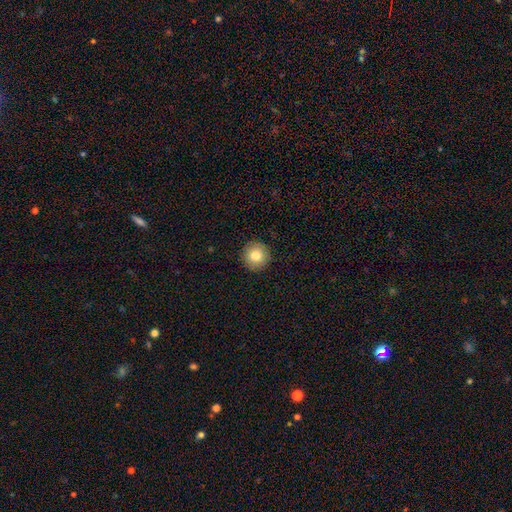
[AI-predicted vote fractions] smooth 80%, featured or disk 11%, star or artifact 9%. Down the decision tree: how rounded — round (96%); merging — none (92%).